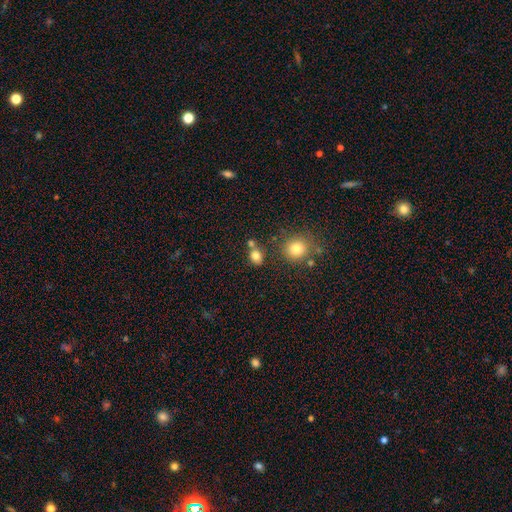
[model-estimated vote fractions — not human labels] A smooth galaxy with no disk features (80%) that is round (60%).

Vote fractions:
- Smooth or featured? smooth: 80% / star or artifact: 12% / featured or disk: 7%
- How rounded? round: 60% / in between: 39% / cigar-shaped: 1%
- Merging? none: 65% / merger: 18% / minor disturbance: 12% / major disturbance: 4%